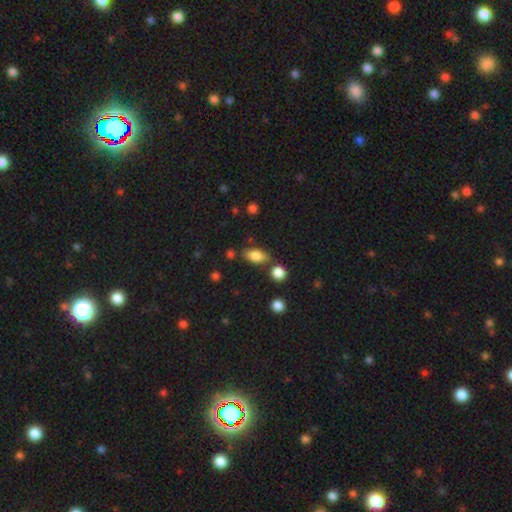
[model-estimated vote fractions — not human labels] Smooth or featured?
  - smooth: 79% *
  - featured or disk: 12%
  - star or artifact: 9%
How rounded?
  - in between: 85% *
  - cigar-shaped: 9%
  - round: 6%
Merging?
  - none: 73% *
  - minor disturbance: 13%
  - merger: 10%
  - major disturbance: 4%